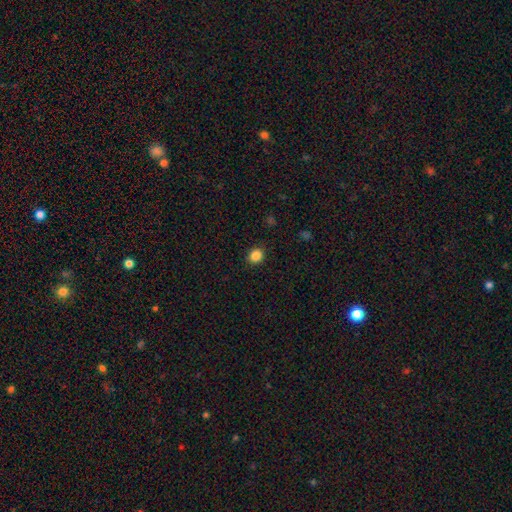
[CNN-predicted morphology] Smooth or featured: smooth — 86% (star or artifact — 11%)
How rounded: round — 79% (in between — 20%)
Merging: none — 90% (minor disturbance — 7%)